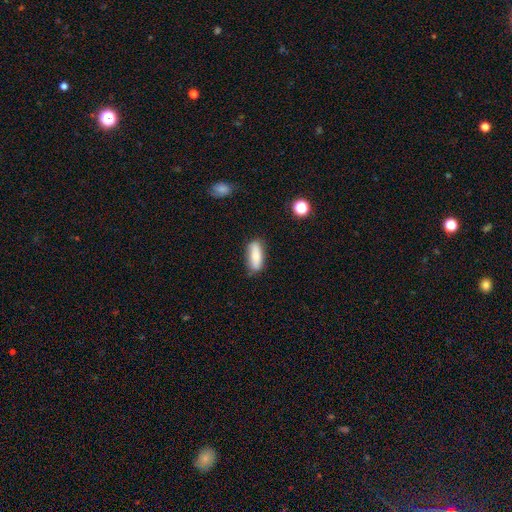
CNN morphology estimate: Overall: smooth (78%). How rounded: in between (63%; cigar-shaped 34%). Merging: none (80%).